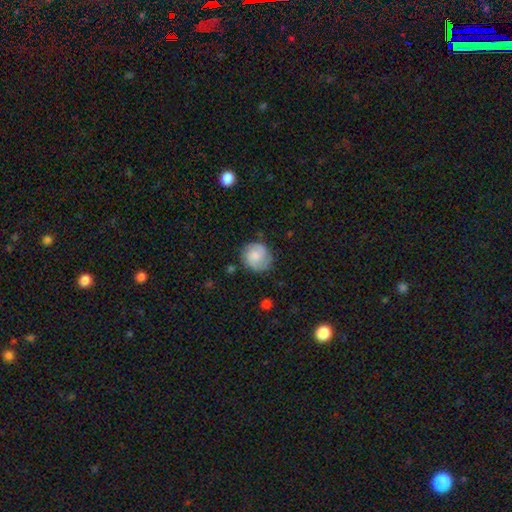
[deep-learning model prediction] Smooth or featured? smooth (61%)
How rounded? round (86%)
Merging? none (73%)